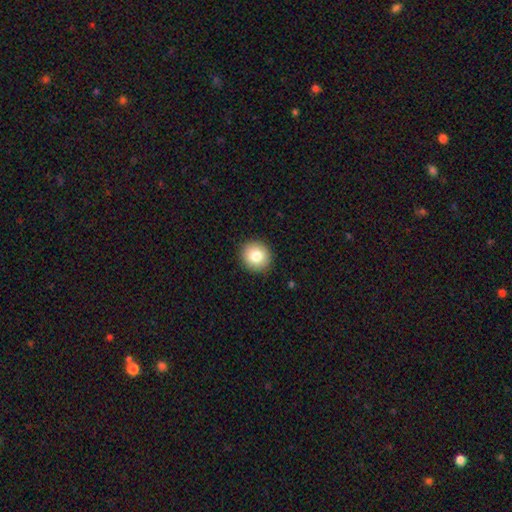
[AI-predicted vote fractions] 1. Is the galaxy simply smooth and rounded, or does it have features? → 81% smooth, 10% featured or disk, 9% star or artifact.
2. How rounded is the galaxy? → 88% round, 11% in between, 1% cigar-shaped.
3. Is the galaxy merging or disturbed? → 91% none, 6% minor disturbance, 2% major disturbance, 1% merger.